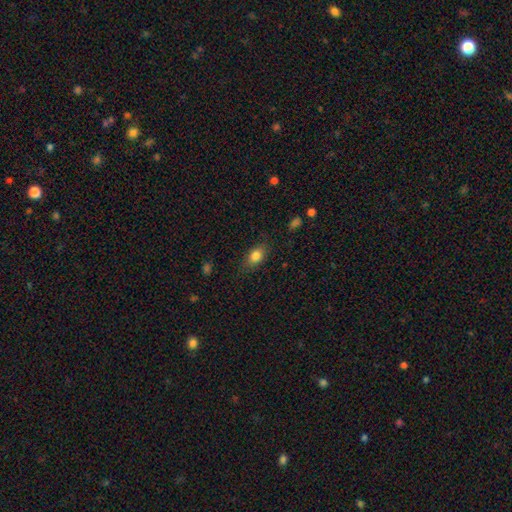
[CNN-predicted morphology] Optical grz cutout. It shows a smooth galaxy with no disk features (82%) that is in between round and cigar-shaped (80%). Merging: none (78%).